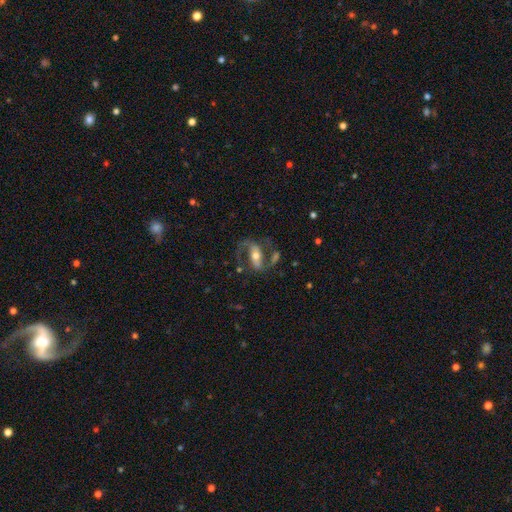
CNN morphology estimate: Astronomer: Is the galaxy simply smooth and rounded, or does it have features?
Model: featured or disk — 79%.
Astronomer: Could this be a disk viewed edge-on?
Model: no — 93%.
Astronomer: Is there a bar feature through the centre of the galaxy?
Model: strong — 49% (runner-up: weak, 28%).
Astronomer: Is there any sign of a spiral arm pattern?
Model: yes — 90%.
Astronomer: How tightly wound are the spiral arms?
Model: medium — 50% (runner-up: loose, 35%).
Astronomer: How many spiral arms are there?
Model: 2 — 88%.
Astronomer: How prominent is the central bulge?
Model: moderate — 65%.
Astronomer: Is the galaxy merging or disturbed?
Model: none — 59%.